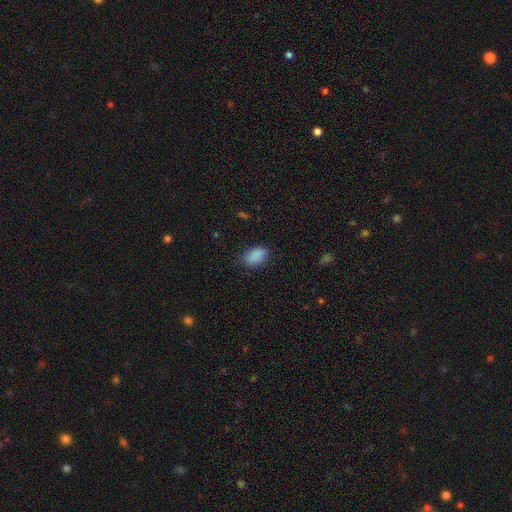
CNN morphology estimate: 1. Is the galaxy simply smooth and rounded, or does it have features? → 88% smooth, 9% star or artifact, 4% featured or disk.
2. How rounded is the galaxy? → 88% in between, 11% round, 2% cigar-shaped.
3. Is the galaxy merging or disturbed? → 78% none, 17% minor disturbance, 4% major disturbance, 1% merger.